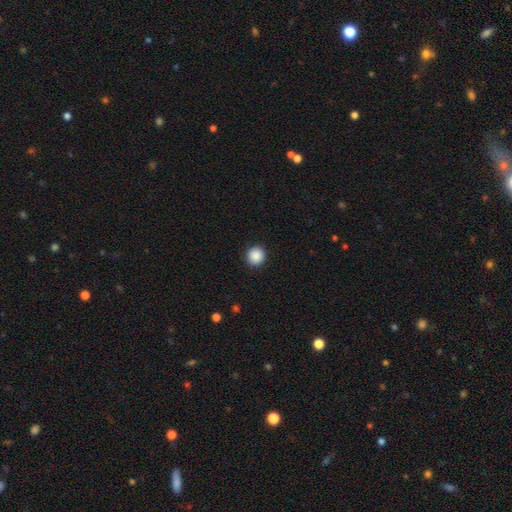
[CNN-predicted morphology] Smooth or featured: smooth — 89% (star or artifact — 9%)
How rounded: round — 94% (in between — 5%)
Merging: none — 92% (minor disturbance — 5%)